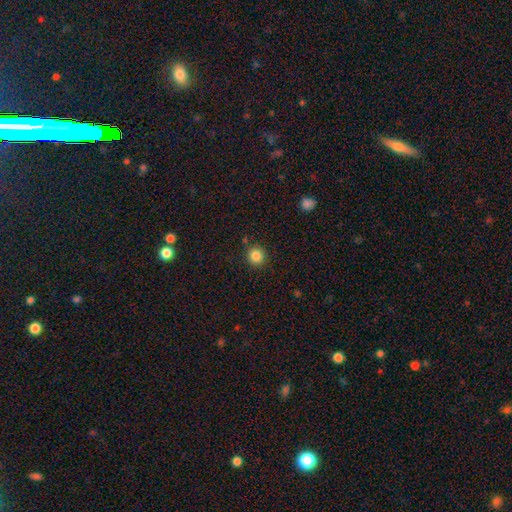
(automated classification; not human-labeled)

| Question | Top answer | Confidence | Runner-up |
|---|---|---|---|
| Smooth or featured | smooth | 85% | star or artifact (11%) |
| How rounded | round | 94% | in between (5%) |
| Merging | none | 89% | minor disturbance (7%) |